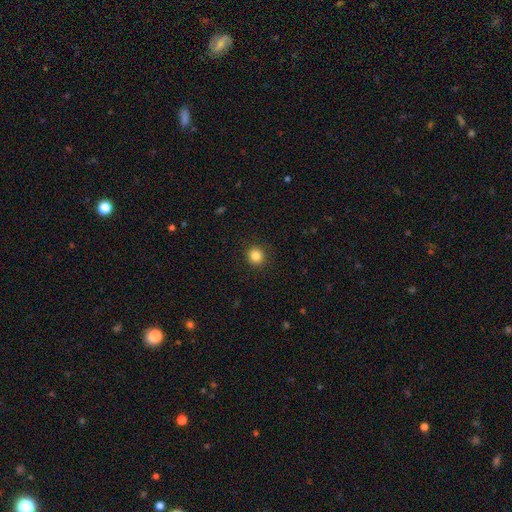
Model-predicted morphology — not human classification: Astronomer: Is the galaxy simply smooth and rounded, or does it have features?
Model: smooth — 84%.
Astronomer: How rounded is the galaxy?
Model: round — 92%.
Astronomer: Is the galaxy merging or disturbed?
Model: none — 91%.